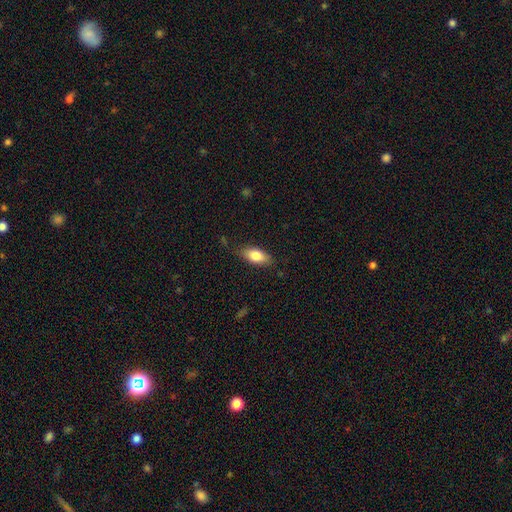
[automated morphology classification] Smooth or featured: smooth — 79% (featured or disk — 14%)
How rounded: in between — 86% (cigar-shaped — 11%)
Merging: none — 80% (minor disturbance — 16%)